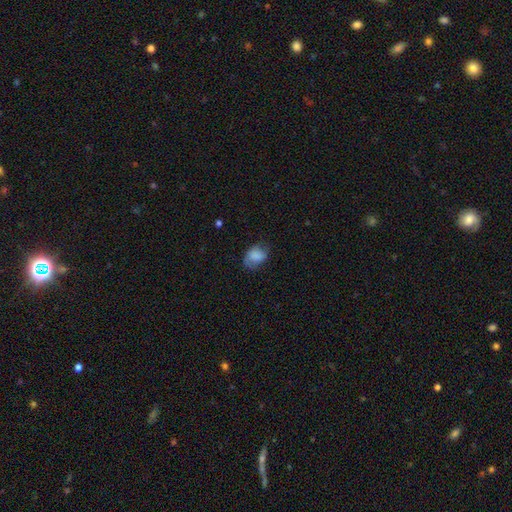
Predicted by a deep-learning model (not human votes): Overall: smooth (74%). How rounded: in between (70%). Merging: none (53%; minor disturbance 31%).